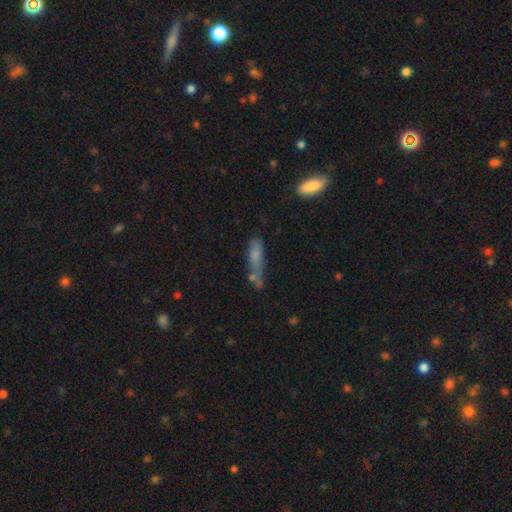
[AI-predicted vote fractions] This appears to be a smooth galaxy with no disk features (70%) that is cigar-shaped (72%). Merging: none (43%).